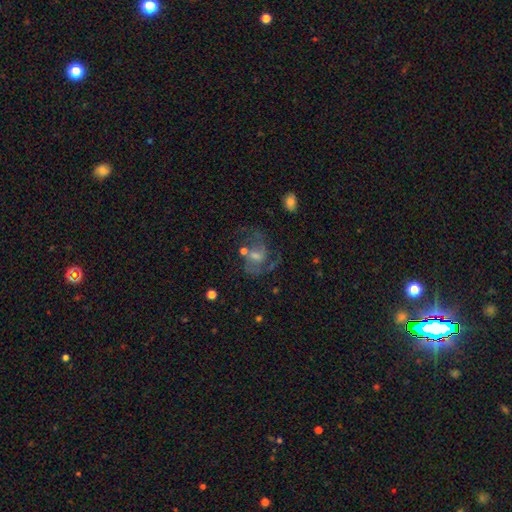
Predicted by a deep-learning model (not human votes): This appears to be a featured or disk galaxy (76%) with no bar (49%), 2 (70%) medium (53%) spiral arms (89%) and a small central bulge (44%). Merging: none (52%).